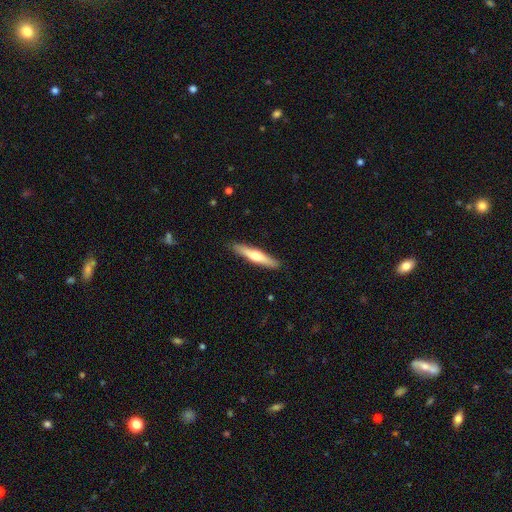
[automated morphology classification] Q: Smooth or featured?
A: smooth (52%); runner-up: featured or disk (43%)
Q: How rounded?
A: cigar-shaped (88%); runner-up: in between (11%)
Q: Merging?
A: none (89%); runner-up: minor disturbance (8%)